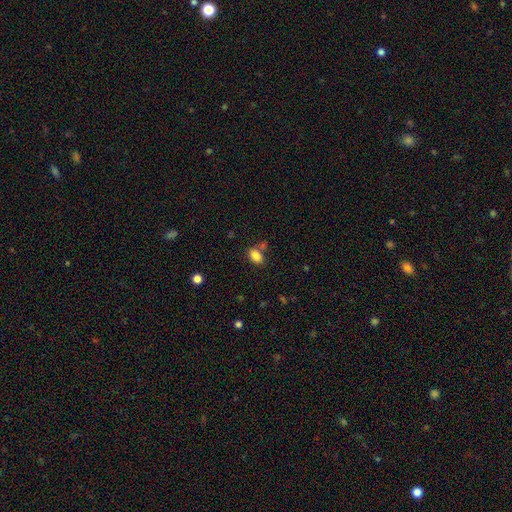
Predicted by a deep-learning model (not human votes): Morphology: type=smooth (85%); roundness=in between (85%); merging=none (64%).